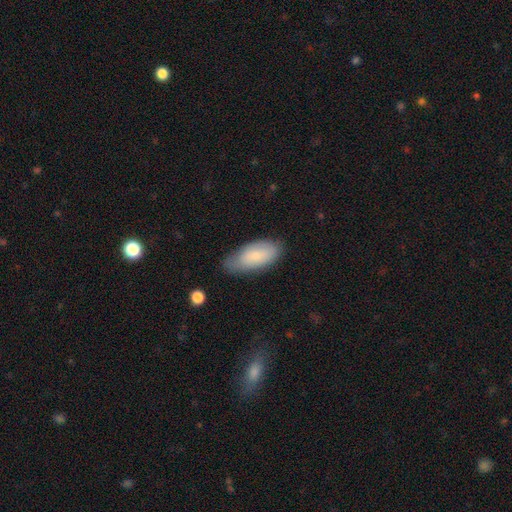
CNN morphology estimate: Smooth or featured?
  - smooth: 74% *
  - featured or disk: 19%
  - star or artifact: 6%
How rounded?
  - in between: 88% *
  - cigar-shaped: 10%
  - round: 2%
Merging?
  - none: 65% *
  - minor disturbance: 28%
  - major disturbance: 6%
  - merger: 2%